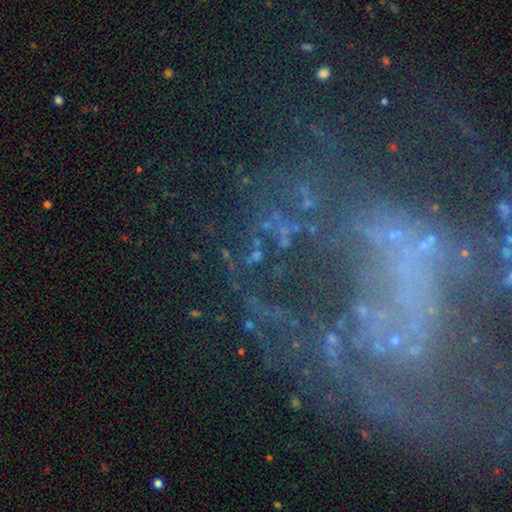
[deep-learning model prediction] smooth-or-featured: star or artifact: 43% (tied) | featured or disk: 43% (tied) | smooth: 14%